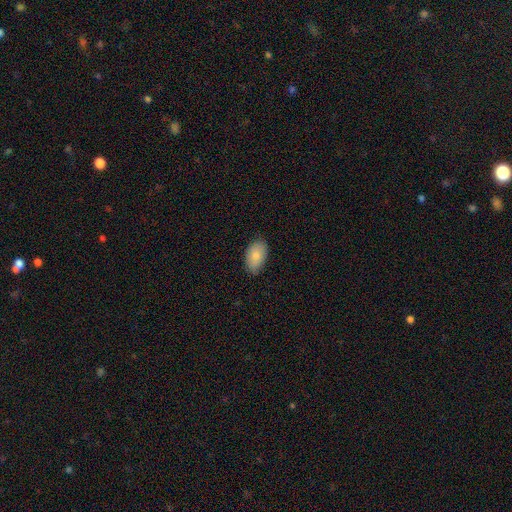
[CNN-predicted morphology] This is clearly a smooth galaxy (85%). How rounded: clearly in between (94%). Merging: clearly none (81%).